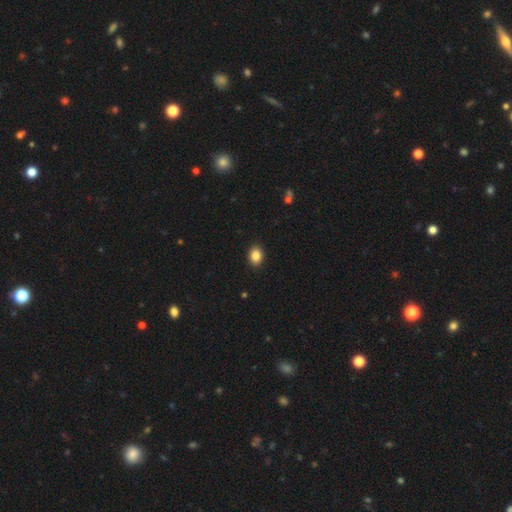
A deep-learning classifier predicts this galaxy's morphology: A smooth galaxy with no disk features (87%) that is in between round and cigar-shaped (68%).

Vote fractions:
- Smooth or featured? smooth: 87% / star or artifact: 9% / featured or disk: 4%
- How rounded? in between: 68% / round: 30% / cigar-shaped: 1%
- Merging? none: 90% / minor disturbance: 7% / major disturbance: 2% / merger: 1%